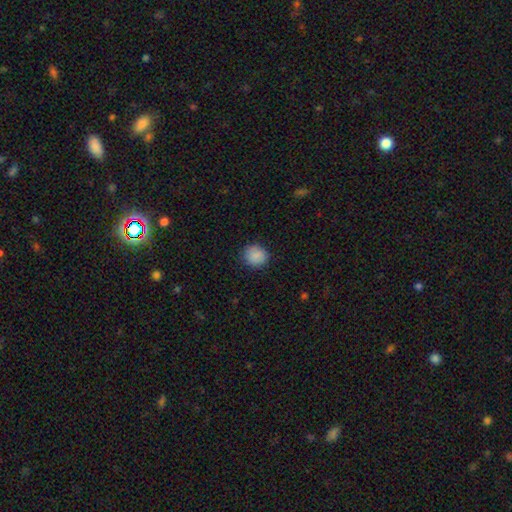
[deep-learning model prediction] Q: Smooth or featured?
A: smooth (88%); runner-up: star or artifact (8%)
Q: How rounded?
A: round (85%); runner-up: in between (14%)
Q: Merging?
A: none (88%); runner-up: minor disturbance (9%)